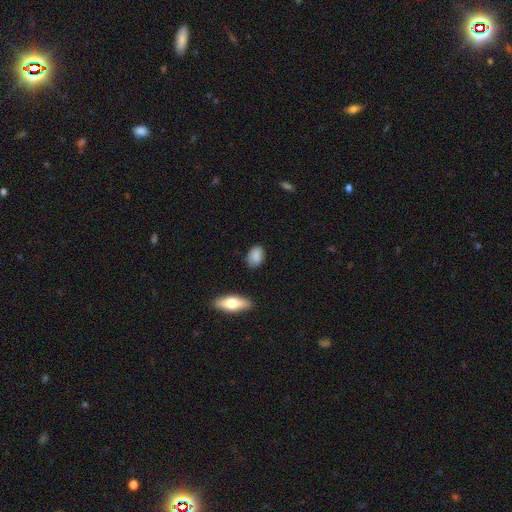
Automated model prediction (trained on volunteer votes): Morphology: type=smooth (85%); roundness=in between (88%); merging=none (76%).